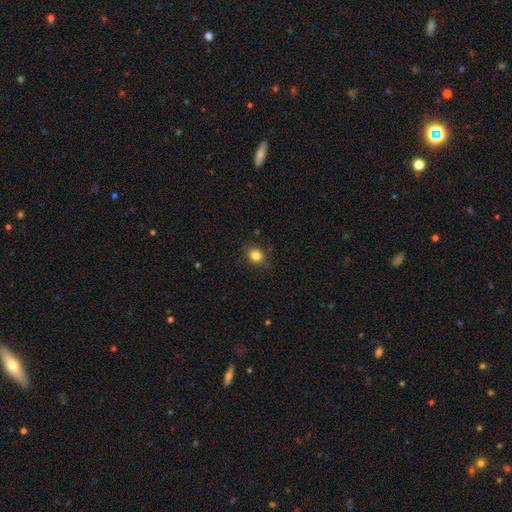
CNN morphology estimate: Smooth or featured: smooth — 83% (star or artifact — 12%)
How rounded: round — 68% (in between — 31%)
Merging: none — 82% (minor disturbance — 13%)